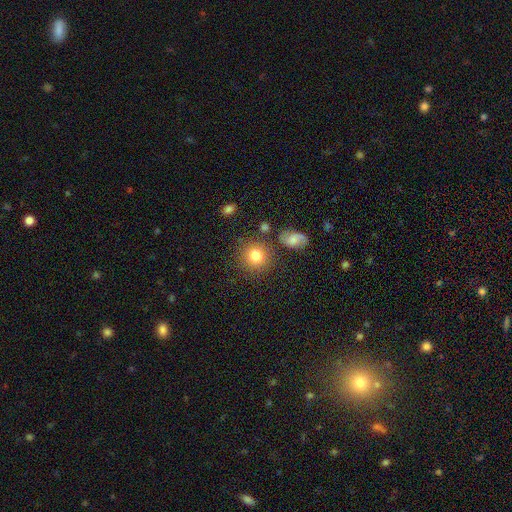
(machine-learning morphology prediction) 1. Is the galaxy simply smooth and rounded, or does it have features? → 81% smooth, 11% star or artifact, 9% featured or disk.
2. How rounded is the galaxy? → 90% round, 9% in between, 1% cigar-shaped.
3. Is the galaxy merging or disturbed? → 81% none, 10% minor disturbance, 6% merger, 4% major disturbance.